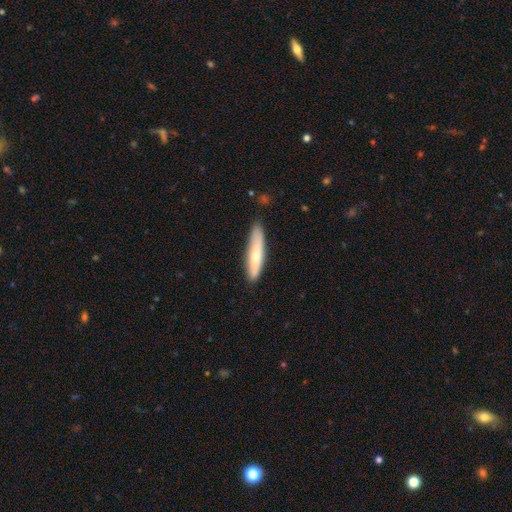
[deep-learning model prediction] The model was most divided on "smooth or featured": smooth: 68%, featured or disk: 26%, star or artifact: 6%. More confident: how rounded — cigar-shaped (85%); merging — none (84%).